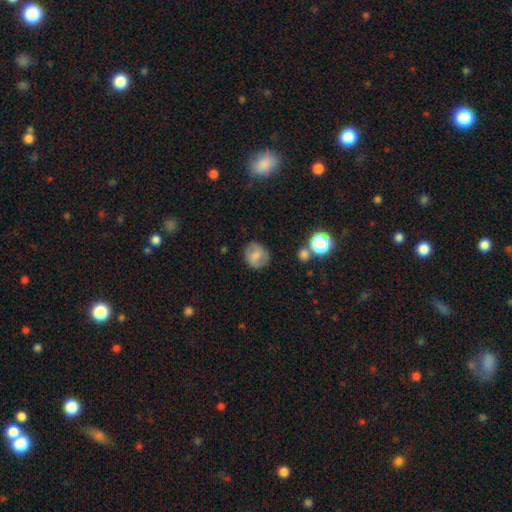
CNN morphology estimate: This appears to be a smooth galaxy with no disk features (67%) that is round (76%). Merging: none (77%).